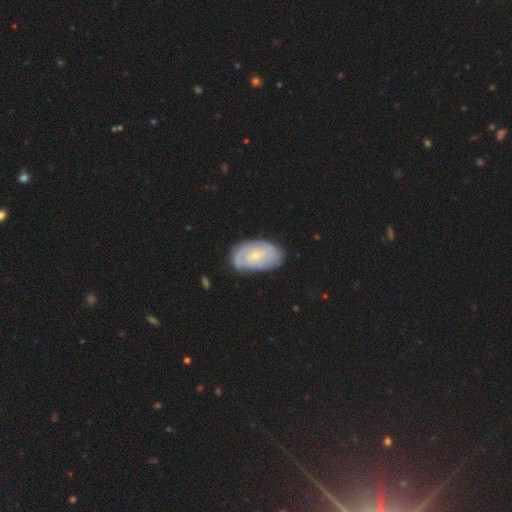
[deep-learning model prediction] Overall: featured or disk (71%). Edge-on disk: no (96%). Bar: no (63%; weak 31%). Spiral arms: yes (87%). Spiral arm count: can't tell (41%; 2 32%). Spiral winding: tight (61%; medium 28%). Bulge size: small (73%). Merging: none (72%).